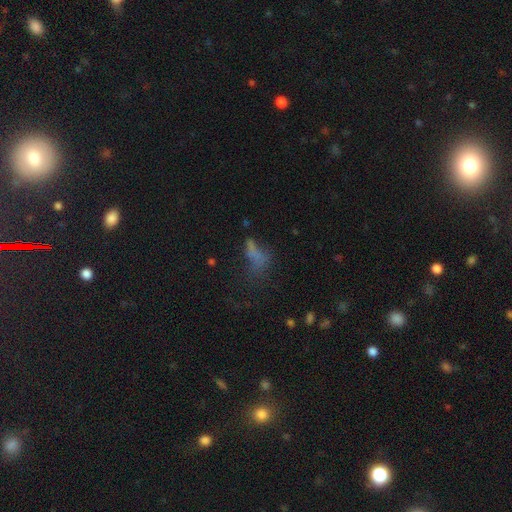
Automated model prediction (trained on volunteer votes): Smooth or featured?
  - smooth: 52% *
  - featured or disk: 25%
  - star or artifact: 23%
How rounded?
  - in between: 69% *
  - cigar-shaped: 21%
  - round: 10%
Merging?
  - major disturbance: 39% *
  - none: 31%
  - minor disturbance: 19%
  - merger: 11%